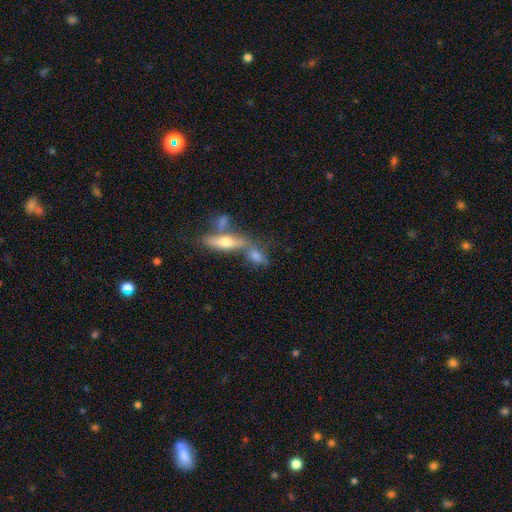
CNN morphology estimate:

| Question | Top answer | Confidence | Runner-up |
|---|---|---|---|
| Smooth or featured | smooth | 55% | featured or disk (33%) |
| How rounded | in between | 57% | cigar-shaped (34%) |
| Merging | none | 43% | merger (38%) |